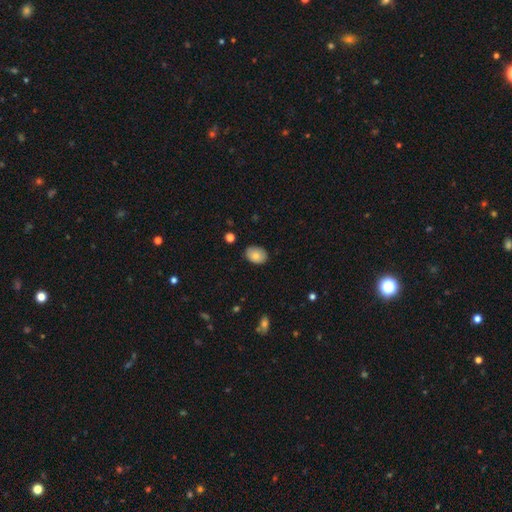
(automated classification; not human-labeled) smooth-or-featured: smooth: 79% | featured or disk: 13% | star or artifact: 8%
  how-rounded: in between: 77% | round: 22% | cigar-shaped: 1%
  merging: none: 80% | minor disturbance: 16% | major disturbance: 3% | merger: 1%